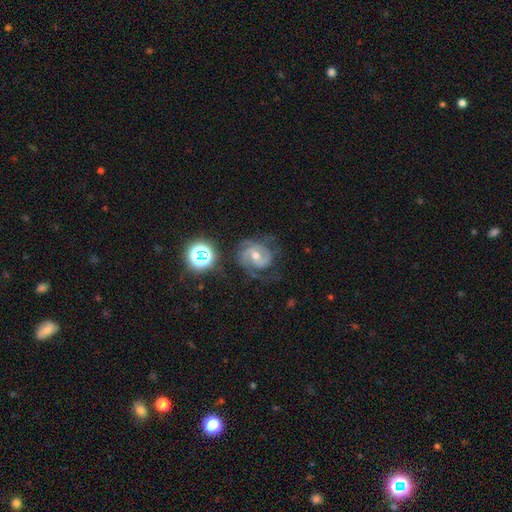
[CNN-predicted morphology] Smooth or featured?
  - featured or disk: 83% *
  - star or artifact: 9%
  - smooth: 8%
Edge-on disk?
  - no: 98% *
  - yes: 2%
Bar?
  - no: 47% *
  - weak: 40%
  - strong: 14%
Spiral arms?
  - yes: 96% *
  - no: 4%
Spiral winding?
  - medium: 47% *
  - tight: 40%
  - loose: 13%
Spiral arm count?
  - 2: 55% *
  - 3: 22%
  - can't tell: 12%
  - 1: 5%
  - 4: 3%
  - more than 4: 3%
Bulge size?
  - moderate: 62% *
  - small: 34%
  - large: 2%
  - none: 1%
  - dominant: 1%
Merging?
  - none: 61% *
  - minor disturbance: 22%
  - major disturbance: 15%
  - merger: 2%